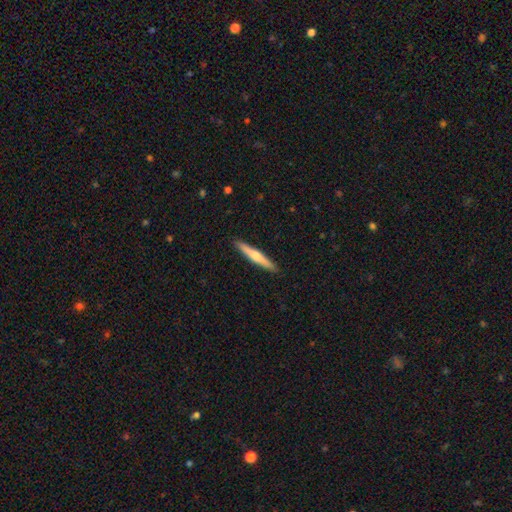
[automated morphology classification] A smooth galaxy with no disk features (49%).

Vote fractions:
- Smooth or featured? smooth: 49% / featured or disk: 47% / star or artifact: 5%
- Merging? none: 91% / minor disturbance: 6% / major disturbance: 1% / merger: 1%